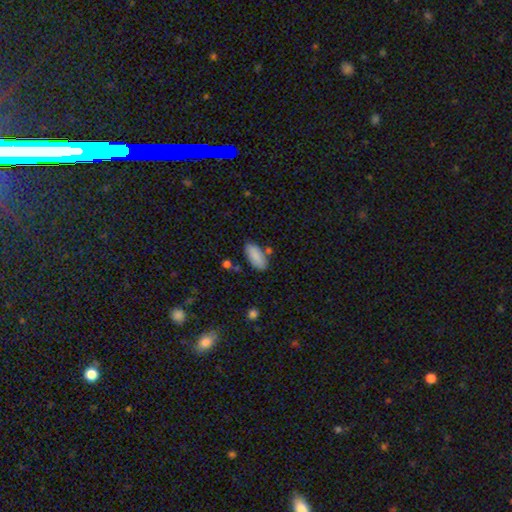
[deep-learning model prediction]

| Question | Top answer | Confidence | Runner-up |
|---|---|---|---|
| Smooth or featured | smooth | 88% | star or artifact (6%) |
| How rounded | in between | 90% | cigar-shaped (8%) |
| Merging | none | 75% | minor disturbance (14%) |